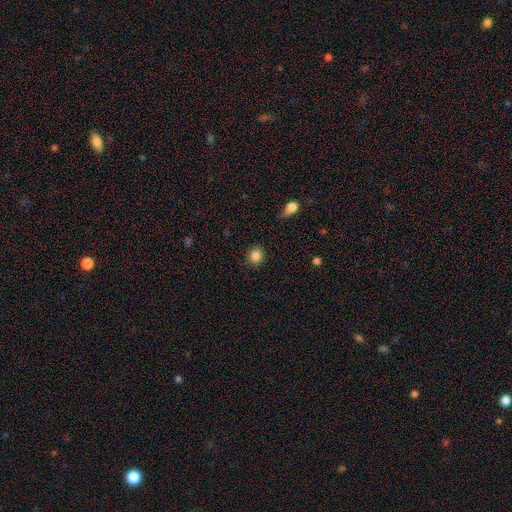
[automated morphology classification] smooth-or-featured: smooth: 86% | star or artifact: 9% | featured or disk: 4%
  how-rounded: round: 88% | in between: 11% | cigar-shaped: 1%
  merging: none: 88% | minor disturbance: 8% | major disturbance: 2% | merger: 1%